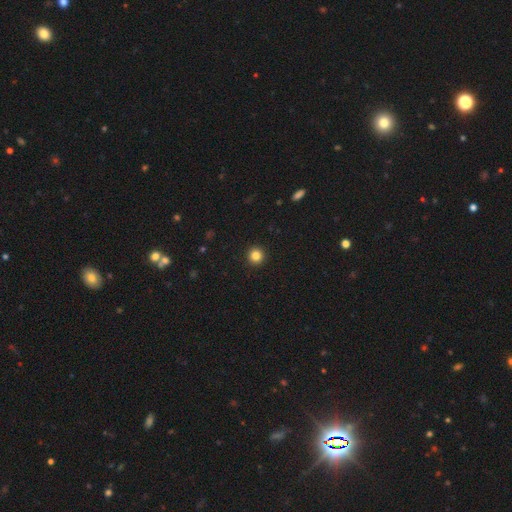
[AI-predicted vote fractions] smooth 83%, star or artifact 12%, featured or disk 5%. Down the decision tree: how rounded — round (95%); merging — none (94%).